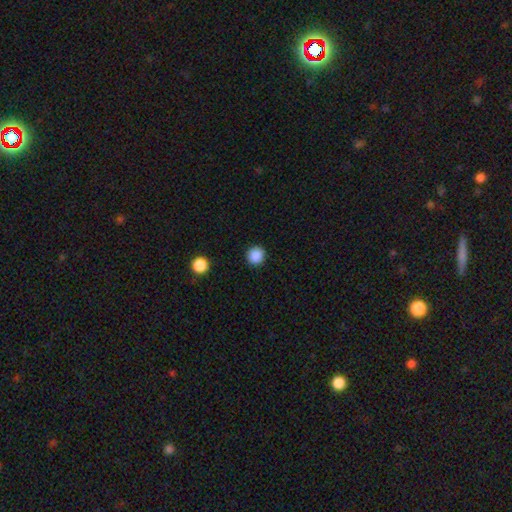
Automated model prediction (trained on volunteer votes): Q: Smooth or featured?
A: smooth (87%); runner-up: star or artifact (10%)
Q: How rounded?
A: round (94%); runner-up: in between (5%)
Q: Merging?
A: none (91%); runner-up: minor disturbance (6%)